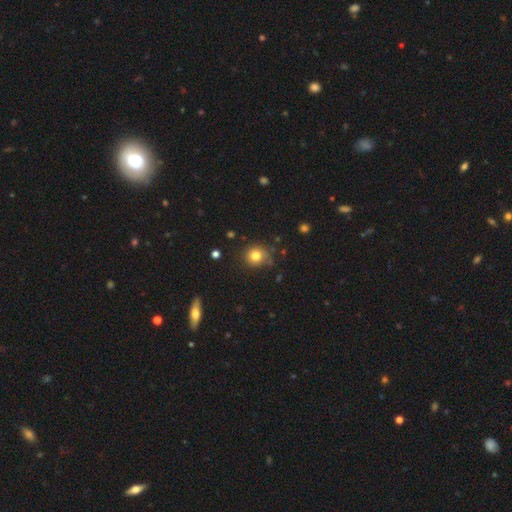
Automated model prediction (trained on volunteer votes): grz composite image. It shows a smooth galaxy with no disk features (80%) that is round (89%). Merging: none (79%).